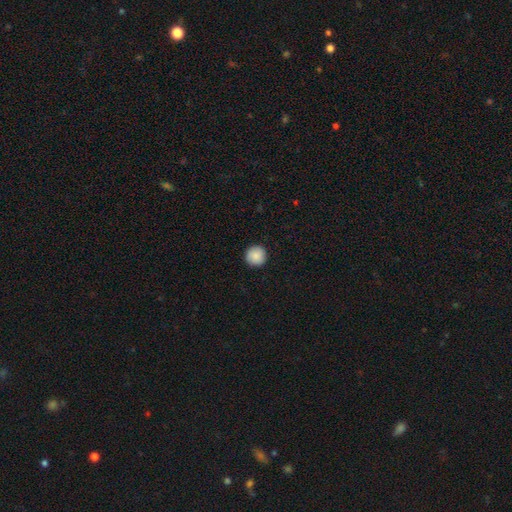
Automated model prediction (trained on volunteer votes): Smooth or featured? smooth (89%)
How rounded? round (96%)
Merging? none (92%)